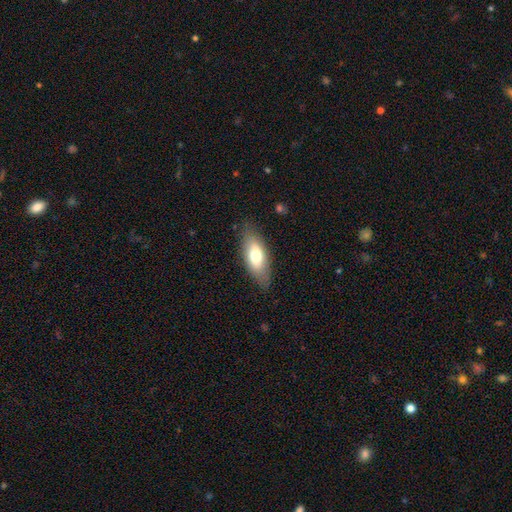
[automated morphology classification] A smooth galaxy with no disk features (70%) that is in between round and cigar-shaped (78%).

Vote fractions:
- Smooth or featured? smooth: 70% / featured or disk: 24% / star or artifact: 6%
- How rounded? in between: 78% / cigar-shaped: 20% / round: 2%
- Merging? none: 82% / minor disturbance: 14% / major disturbance: 3% / merger: 1%